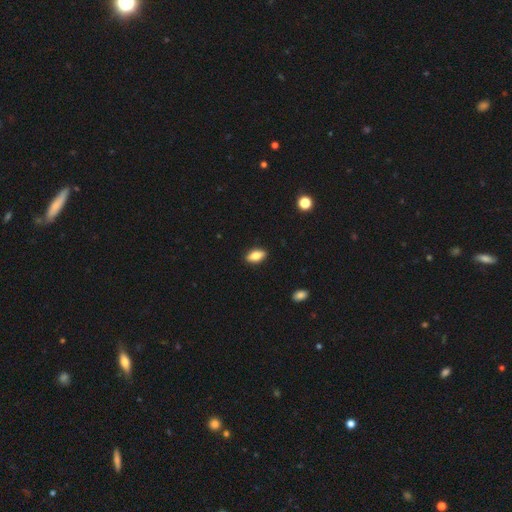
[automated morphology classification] A smooth galaxy with no disk features (75%) that is in between round and cigar-shaped (87%). Merging: none (89%).